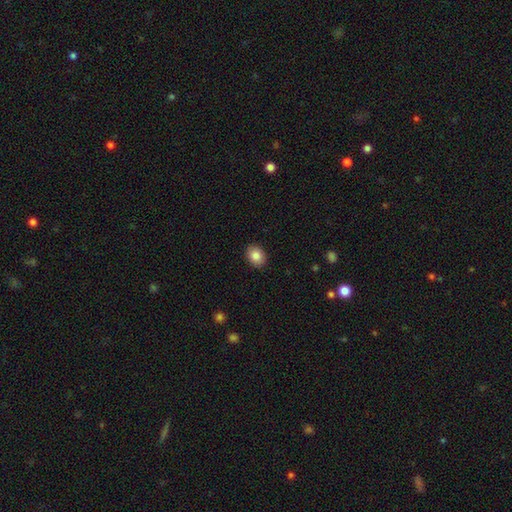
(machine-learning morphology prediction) smooth-or-featured: smooth: 85% | star or artifact: 8% | featured or disk: 6%
  how-rounded: in between: 62% | round: 38% | cigar-shaped: 1%
  merging: none: 90% | minor disturbance: 7% | major disturbance: 2% | merger: 1%